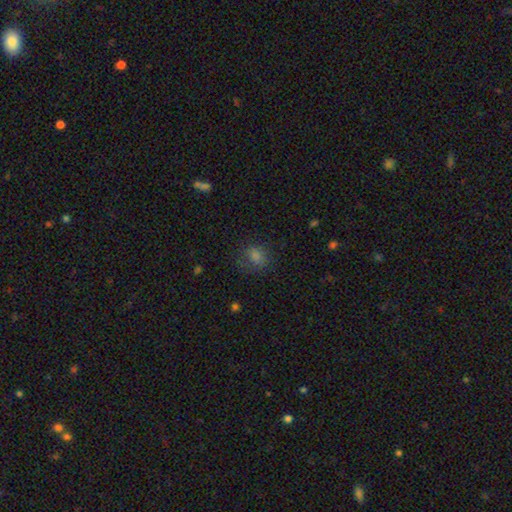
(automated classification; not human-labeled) A smooth galaxy with no disk features (72%) that is round (55%).

Vote fractions:
- Smooth or featured? smooth: 72% / star or artifact: 20% / featured or disk: 8%
- How rounded? round: 55% / in between: 44% / cigar-shaped: 1%
- Merging? none: 71% / minor disturbance: 18% / major disturbance: 9% / merger: 2%